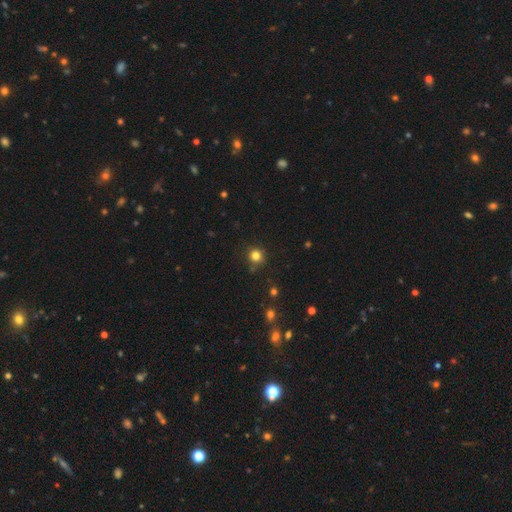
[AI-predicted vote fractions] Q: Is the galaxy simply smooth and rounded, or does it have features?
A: smooth — 81%.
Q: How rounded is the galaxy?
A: round — 91%.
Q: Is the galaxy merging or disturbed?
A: none — 84%.